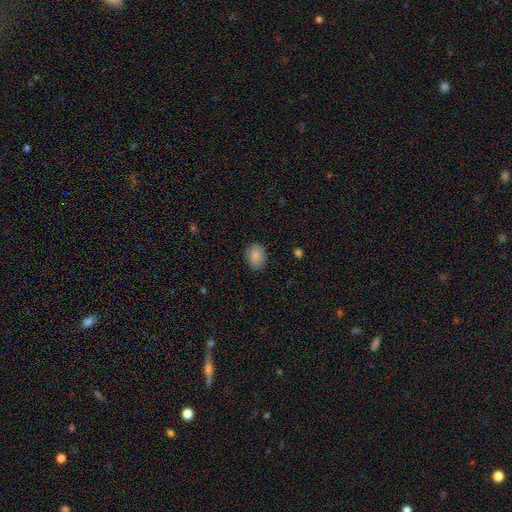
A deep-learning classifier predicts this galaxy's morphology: Smooth or featured? smooth (86%)
How rounded? in between (62%)
Merging? none (85%)